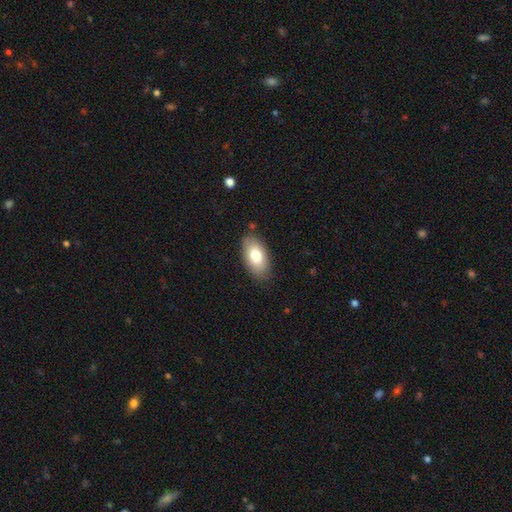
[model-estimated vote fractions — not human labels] Q: Smooth or featured?
A: smooth (76%); runner-up: featured or disk (17%)
Q: How rounded?
A: in between (93%); runner-up: round (4%)
Q: Merging?
A: none (84%); runner-up: minor disturbance (12%)